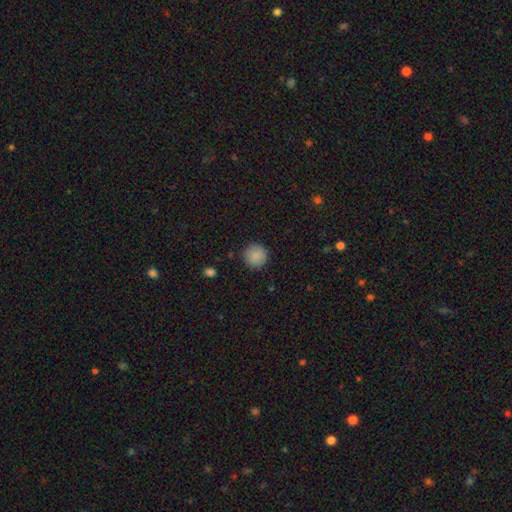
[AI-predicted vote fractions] Smooth or featured: smooth — 87% (star or artifact — 8%)
How rounded: round — 95% (in between — 4%)
Merging: none — 91% (minor disturbance — 6%)